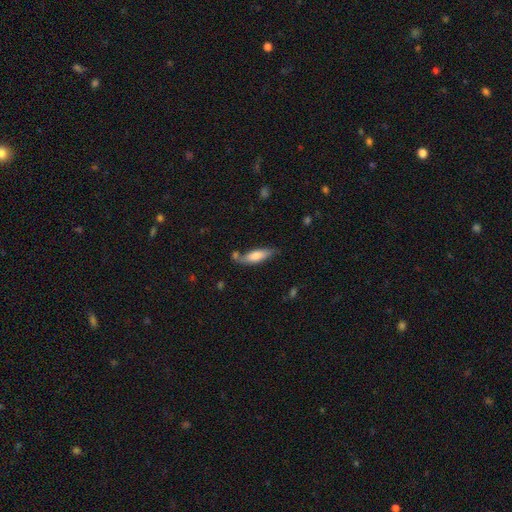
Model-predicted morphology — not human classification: Smooth or featured: smooth — 71% (featured or disk — 22%)
How rounded: cigar-shaped — 52% (in between — 46%)
Merging: none — 64% (minor disturbance — 20%)